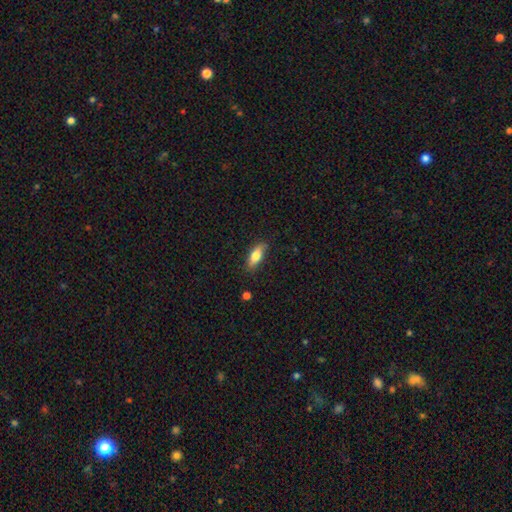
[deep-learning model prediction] This is likely a smooth galaxy (73%). How rounded: likely in between (68%). Merging: clearly none (83%).